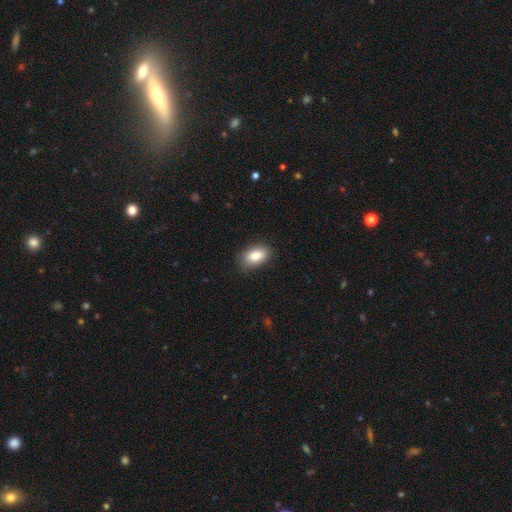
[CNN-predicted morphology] Smooth or featured: smooth — 82% (featured or disk — 10%)
How rounded: in between — 88% (round — 10%)
Merging: none — 85% (minor disturbance — 12%)